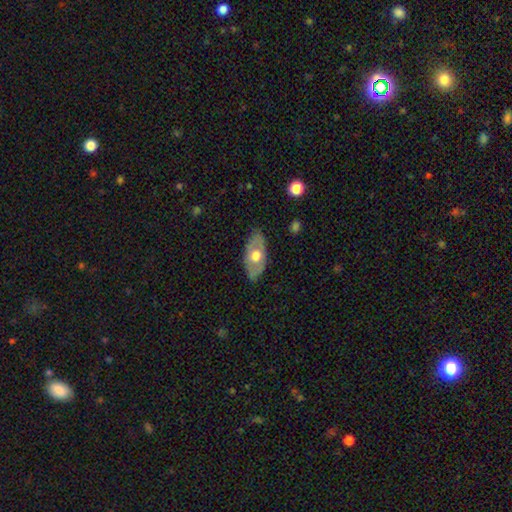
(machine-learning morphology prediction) A featured or disk galaxy (48%).

Vote fractions:
- Smooth or featured? featured or disk: 48% / smooth: 46% / star or artifact: 5%
- Merging? none: 78% / minor disturbance: 17% / major disturbance: 4% / merger: 1%